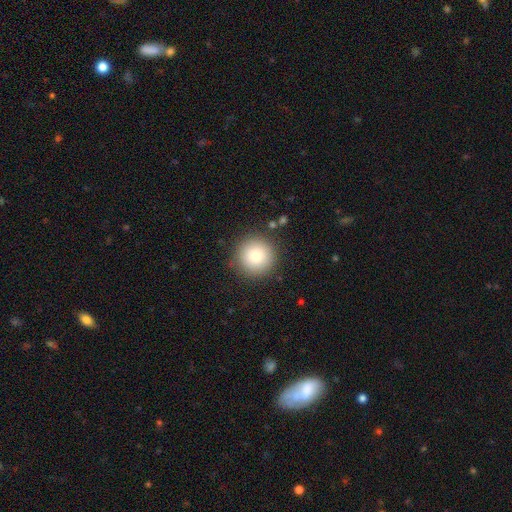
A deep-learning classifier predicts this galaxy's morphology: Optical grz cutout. It shows a smooth galaxy with no disk features (81%) that is round (96%). Merging: none (88%).